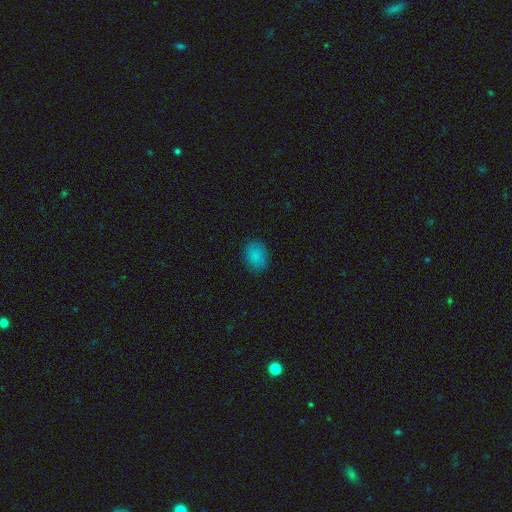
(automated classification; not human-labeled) smooth 84%, star or artifact 10%, featured or disk 5%. Down the decision tree: how rounded — in between (62%); merging — none (83%).